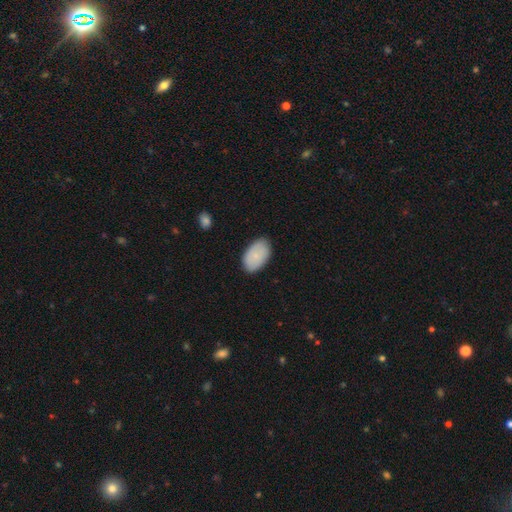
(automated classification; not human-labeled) Smooth or featured?
  - smooth: 81% *
  - featured or disk: 13%
  - star or artifact: 6%
How rounded?
  - in between: 94% *
  - round: 5%
  - cigar-shaped: 1%
Merging?
  - none: 82% *
  - minor disturbance: 15%
  - major disturbance: 2%
  - merger: 1%